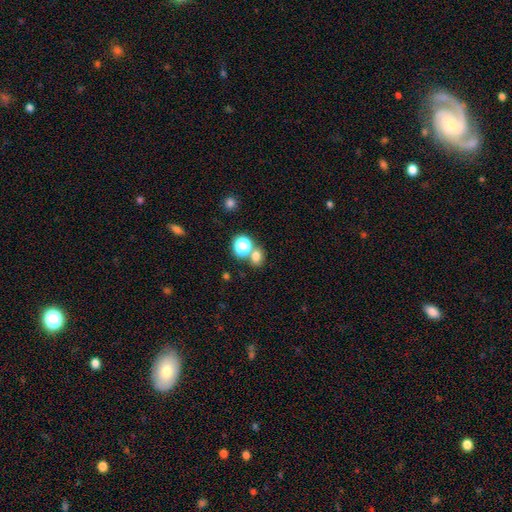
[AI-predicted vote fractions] Overall: smooth (71%). How rounded: round (61%; in between 38%). Merging: none (61%; merger 27%).